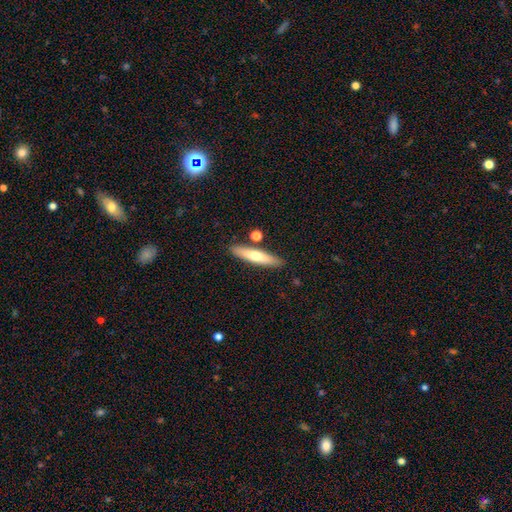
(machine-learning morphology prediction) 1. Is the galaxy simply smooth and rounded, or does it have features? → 61% smooth, 33% featured or disk, 6% star or artifact.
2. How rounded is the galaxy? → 83% cigar-shaped, 15% in between, 2% round.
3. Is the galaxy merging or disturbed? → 84% none, 9% minor disturbance, 5% merger, 2% major disturbance.